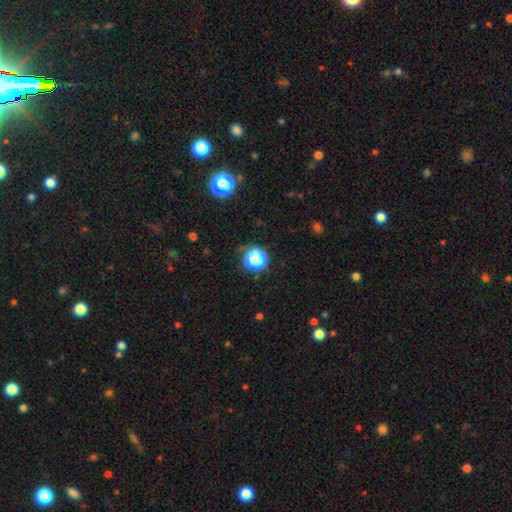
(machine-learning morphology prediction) Q: Smooth or featured?
A: smooth (64%); runner-up: star or artifact (28%)
Q: How rounded?
A: round (91%); runner-up: in between (8%)
Q: Merging?
A: none (78%); runner-up: minor disturbance (12%)